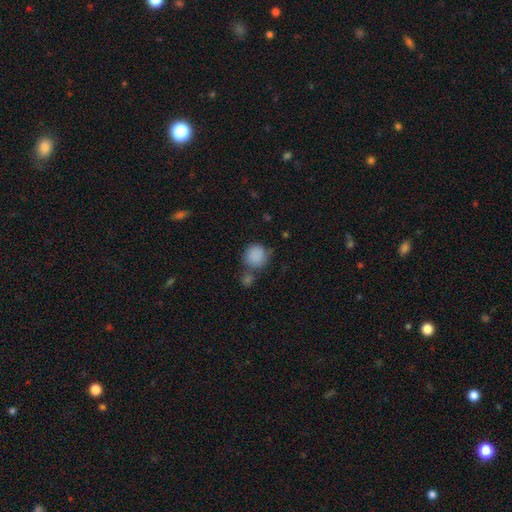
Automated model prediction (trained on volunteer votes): smooth_or_featured: smooth (p=0.87) [alt: star or artifact p=0.08]
how_rounded: round (p=0.87) [alt: in between p=0.12]
merging: none (p=0.56) [alt: merger p=0.22]